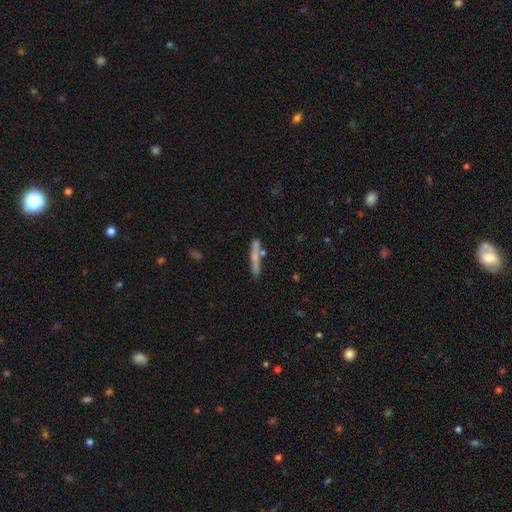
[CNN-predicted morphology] smooth-or-featured: smooth: 58% | featured or disk: 35% | star or artifact: 8%
  how-rounded: cigar-shaped: 93% | in between: 5% | round: 2%
  merging: none: 72% | minor disturbance: 14% | merger: 10% | major disturbance: 4%